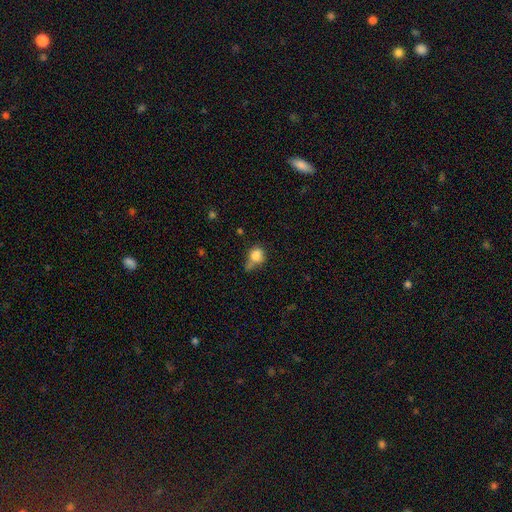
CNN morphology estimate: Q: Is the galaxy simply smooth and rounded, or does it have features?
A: smooth — 78%.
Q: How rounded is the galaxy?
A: round — 53%.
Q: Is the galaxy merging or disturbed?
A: none — 32%.